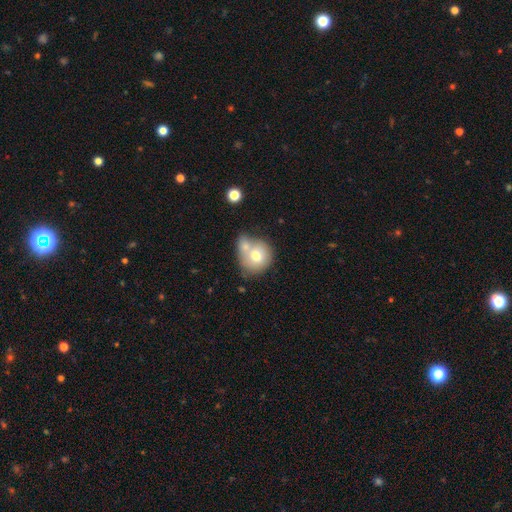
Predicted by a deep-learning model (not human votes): Smooth or featured? Predicted: smooth (p=0.70). How rounded? Predicted: round (p=0.82). Merging? Predicted: merger (p=0.50).